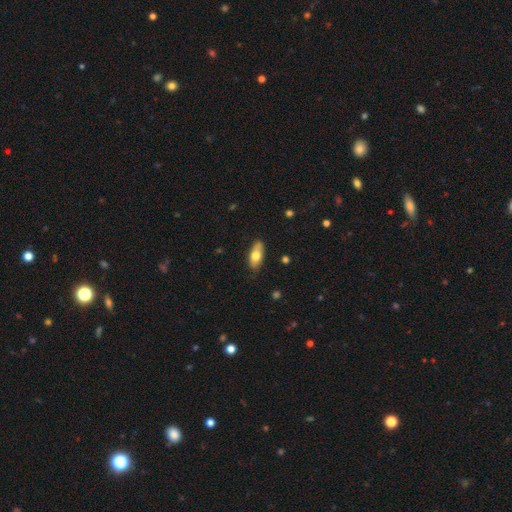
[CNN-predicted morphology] Overall: smooth (71%). How rounded: in between (83%). Merging: none (79%).